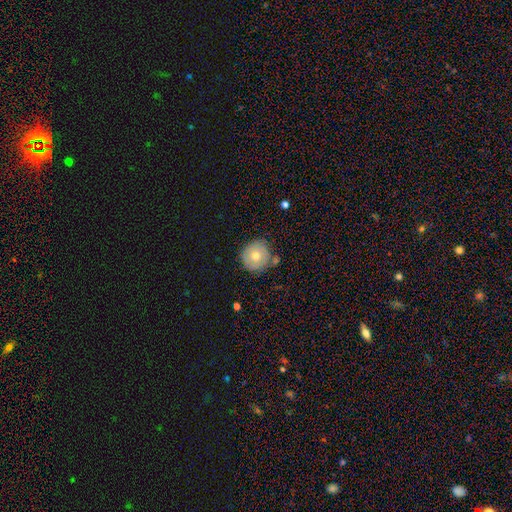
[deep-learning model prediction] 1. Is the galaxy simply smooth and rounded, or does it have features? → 61% smooth, 29% featured or disk, 10% star or artifact.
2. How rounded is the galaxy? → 92% round, 7% in between, 1% cigar-shaped.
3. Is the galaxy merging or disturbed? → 77% none, 14% minor disturbance, 5% merger, 3% major disturbance.